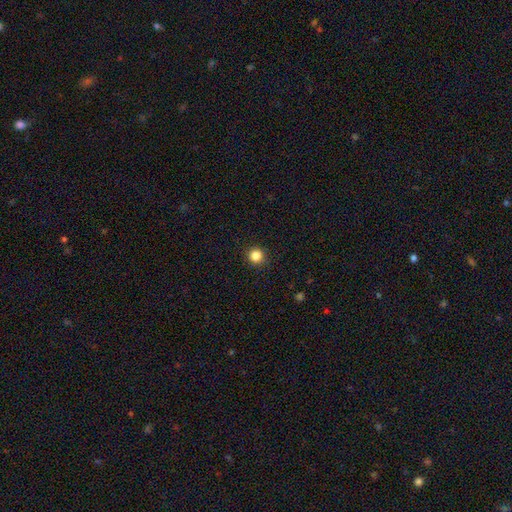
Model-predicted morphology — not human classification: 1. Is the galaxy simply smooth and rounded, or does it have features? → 85% smooth, 12% star or artifact, 3% featured or disk.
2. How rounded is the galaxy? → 95% round, 4% in between, 1% cigar-shaped.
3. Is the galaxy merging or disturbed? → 92% none, 5% minor disturbance, 2% major disturbance, 1% merger.